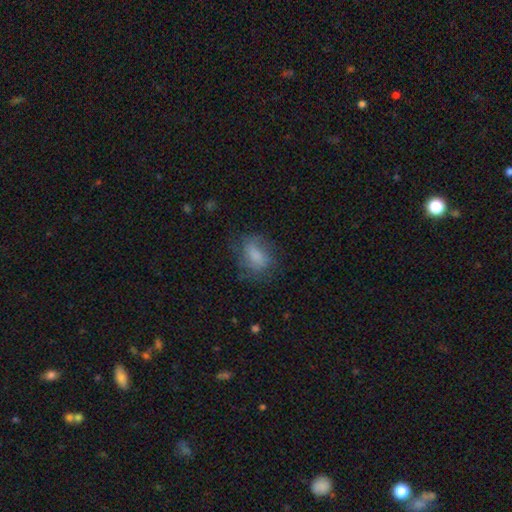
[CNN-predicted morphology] Smooth or featured: smooth — 72% (featured or disk — 18%)
How rounded: in between — 73% (round — 24%)
Merging: none — 60% (minor disturbance — 24%)